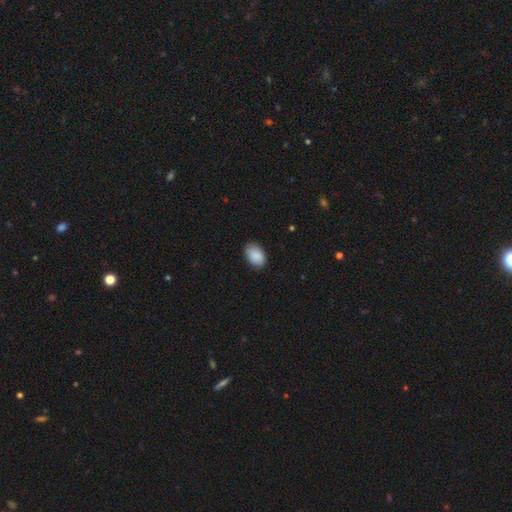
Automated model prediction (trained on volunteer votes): The model was most divided on "merging": none: 79%, minor disturbance: 18%, major disturbance: 3%, merger: 1%. More confident: smooth or featured — smooth (89%); how rounded — in between (88%).